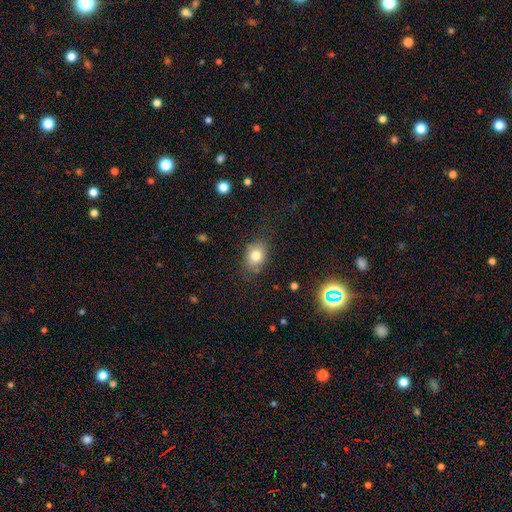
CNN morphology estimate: The model was most divided on "how rounded": in between: 63%, round: 36%, cigar-shaped: 1%. More confident: smooth or featured — smooth (79%); merging — none (74%).